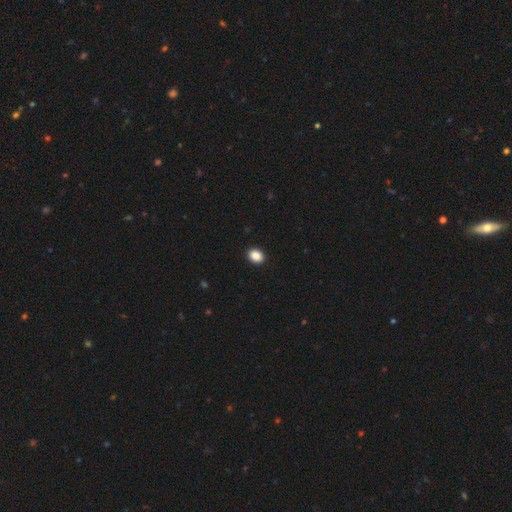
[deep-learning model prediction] Smooth or featured? smooth (89%)
How rounded? round (50%)
Merging? none (92%)